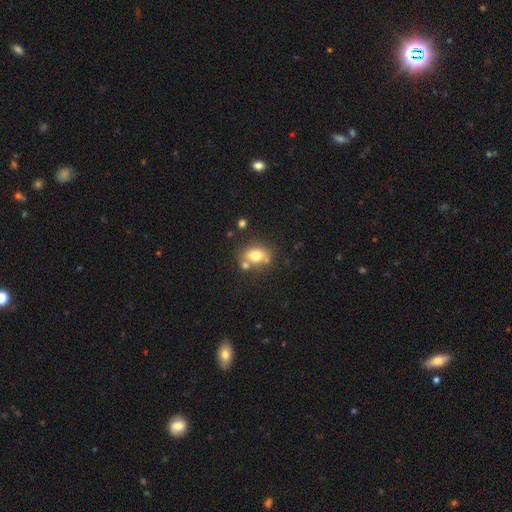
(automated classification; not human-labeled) Smooth or featured? Predicted: smooth (p=0.73). How rounded? Predicted: in between (p=0.67). Merging? Predicted: none (p=0.59).